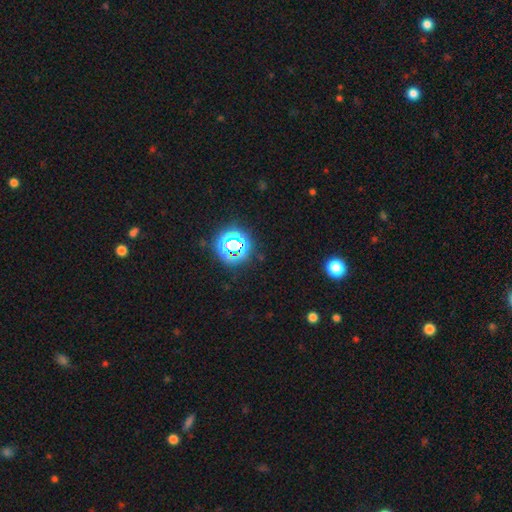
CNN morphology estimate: This is likely a star or artifact rather than a galaxy (73%).